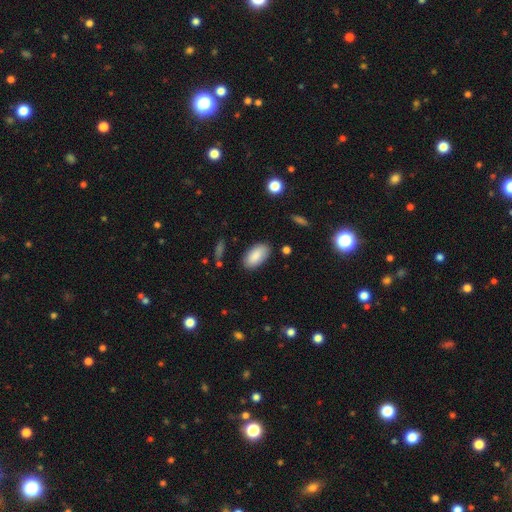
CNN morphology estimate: This is clearly a smooth galaxy (88%). How rounded: clearly in between (95%). Merging: clearly none (84%).